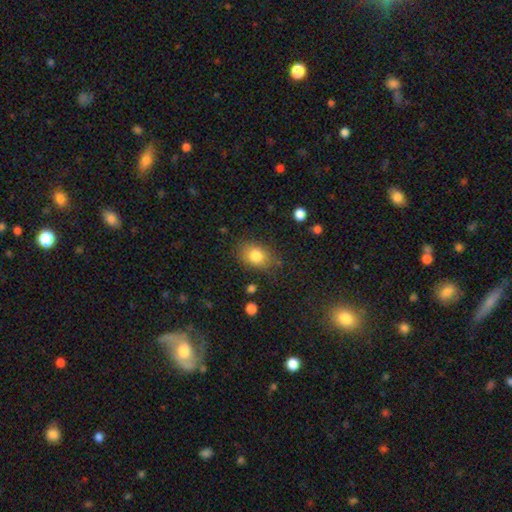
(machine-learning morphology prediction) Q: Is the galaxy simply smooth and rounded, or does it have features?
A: smooth — 82%.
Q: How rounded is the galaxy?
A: in between — 70%.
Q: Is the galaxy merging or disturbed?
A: none — 77%.